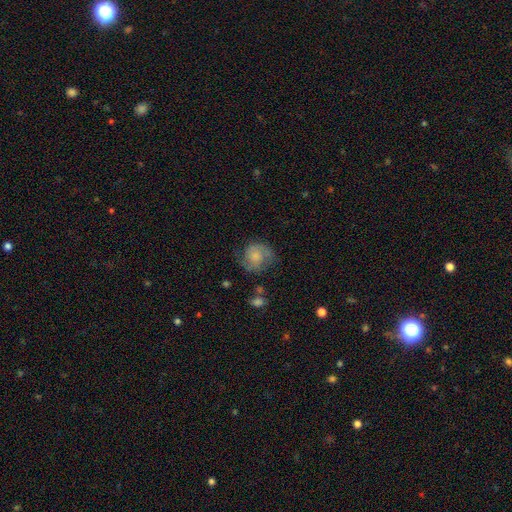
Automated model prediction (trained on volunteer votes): A featured or disk galaxy (51%). Merging: none (60%).